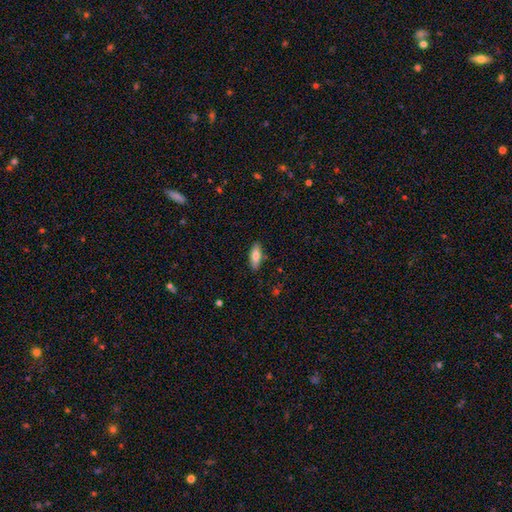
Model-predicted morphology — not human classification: Smooth or featured? Predicted: smooth (p=0.77). How rounded? Predicted: in between (p=0.71). Merging? Predicted: none (p=0.85).